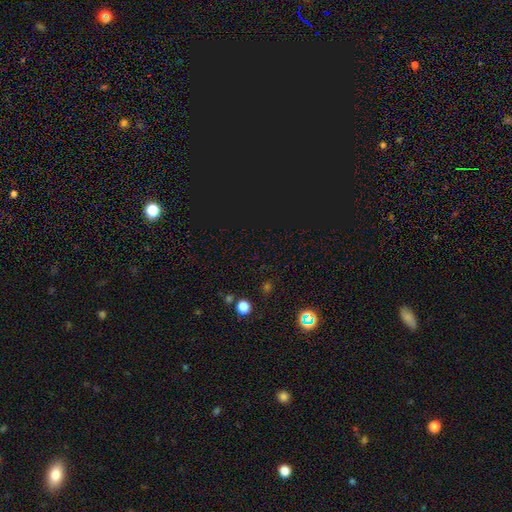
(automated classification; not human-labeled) Smooth or featured?
  - star or artifact: 64% *
  - smooth: 30%
  - featured or disk: 6%